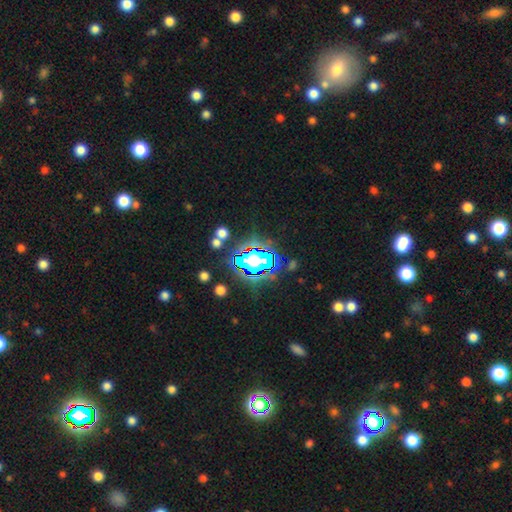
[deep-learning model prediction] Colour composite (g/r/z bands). It shows a star or artifact, not a galaxy (68%).